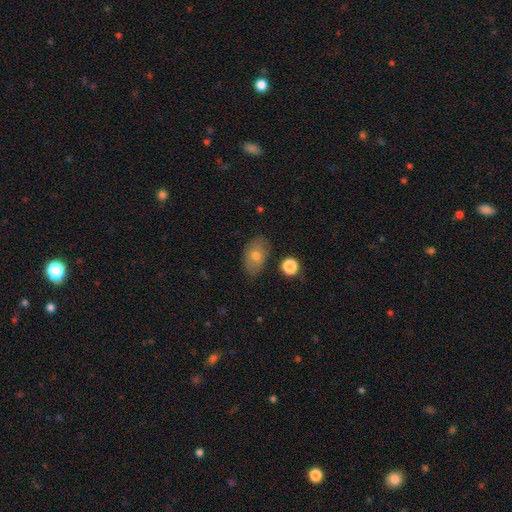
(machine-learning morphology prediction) Overall: smooth (68%). How rounded: in between (87%). Merging: none (80%).